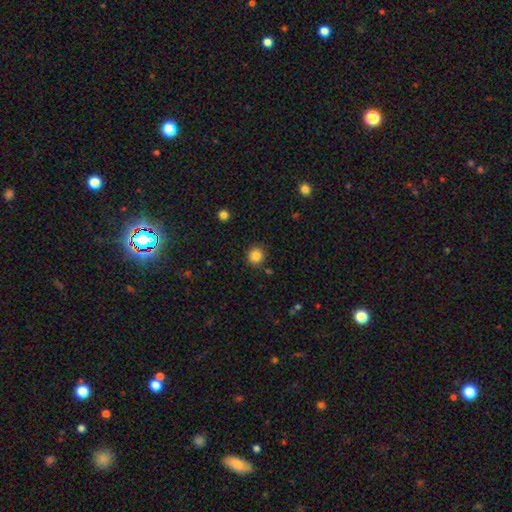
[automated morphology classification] A smooth galaxy with no disk features (85%) that is round (91%). Merging: none (89%).